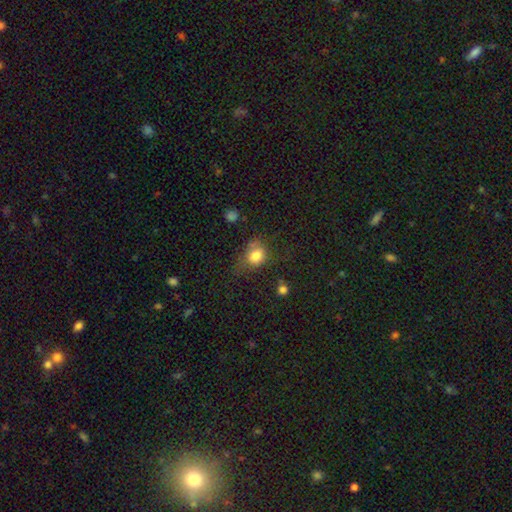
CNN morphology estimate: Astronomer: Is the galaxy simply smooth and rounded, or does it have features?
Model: smooth — 79%.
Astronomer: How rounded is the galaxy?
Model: round — 51% (runner-up: in between, 48%).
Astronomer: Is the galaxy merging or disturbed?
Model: none — 51% (runner-up: minor disturbance, 28%).